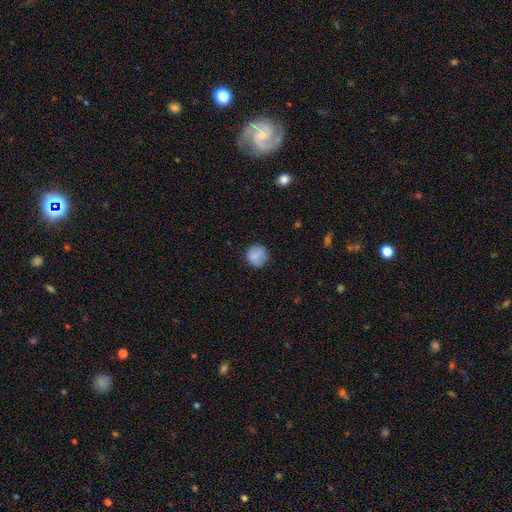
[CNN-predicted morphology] A smooth galaxy with no disk features (84%) that is round (91%). Merging: none (79%).